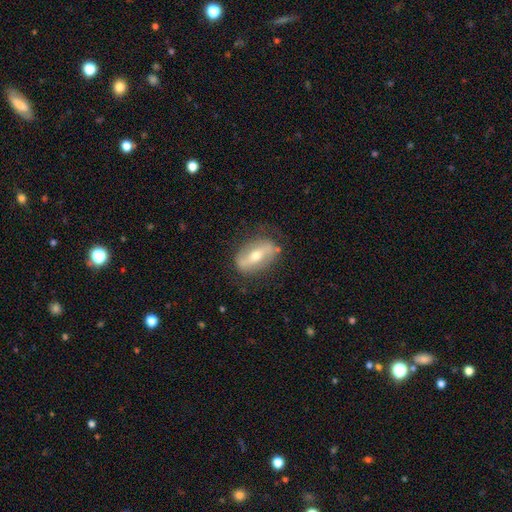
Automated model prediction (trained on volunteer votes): Smooth or featured? Predicted: featured or disk (p=0.67). Edge-on disk? Predicted: no (p=0.81). Bar? Predicted: strong (p=0.59). Spiral arms? Predicted: yes (p=0.55). Bulge size? Predicted: moderate (p=0.67). Merging? Predicted: none (p=0.75).